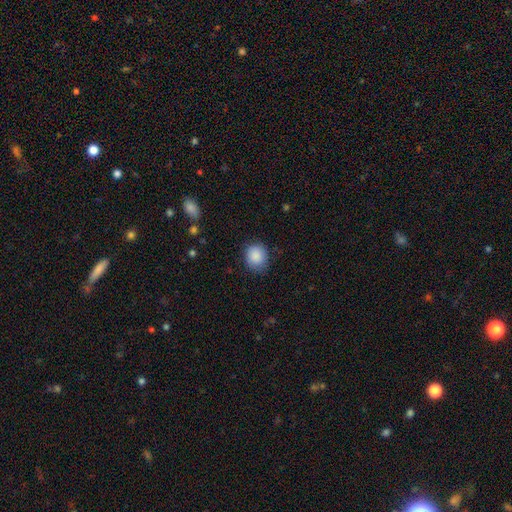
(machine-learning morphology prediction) smooth 89%, star or artifact 8%, featured or disk 4%. Down the decision tree: how rounded — round (76%); merging — none (81%).